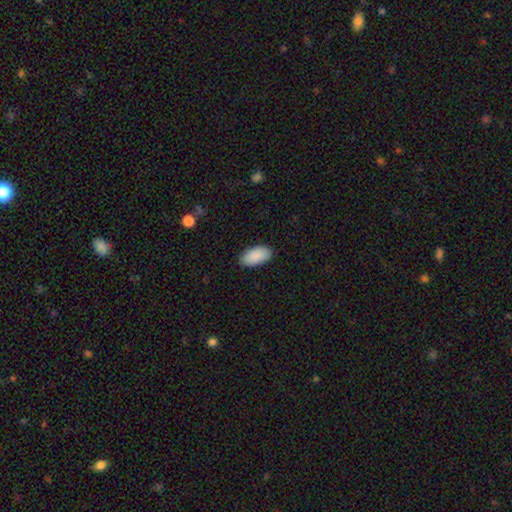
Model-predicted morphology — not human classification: smooth_or_featured: smooth (p=0.91) [alt: star or artifact p=0.06]
how_rounded: in between (p=0.95) [alt: cigar-shaped p=0.03]
merging: none (p=0.86) [alt: minor disturbance p=0.11]